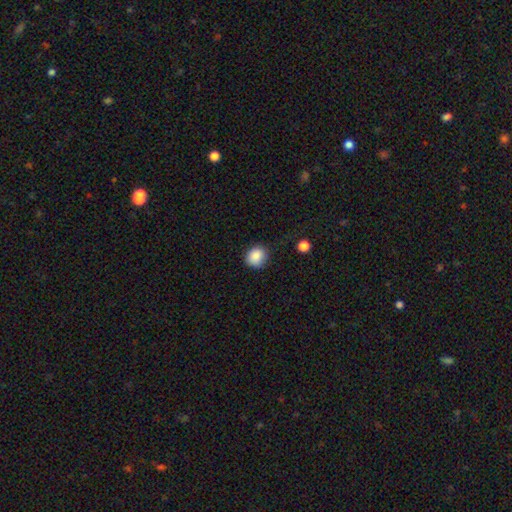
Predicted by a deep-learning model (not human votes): Morphology: type=smooth (86%); roundness=round (76%); merging=none (81%).